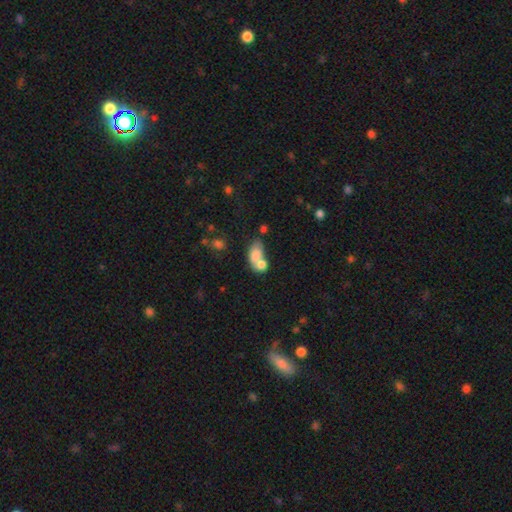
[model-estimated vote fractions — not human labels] This is likely a smooth galaxy (74%). How rounded: likely in between (79%). Merging: likely merger (64%).